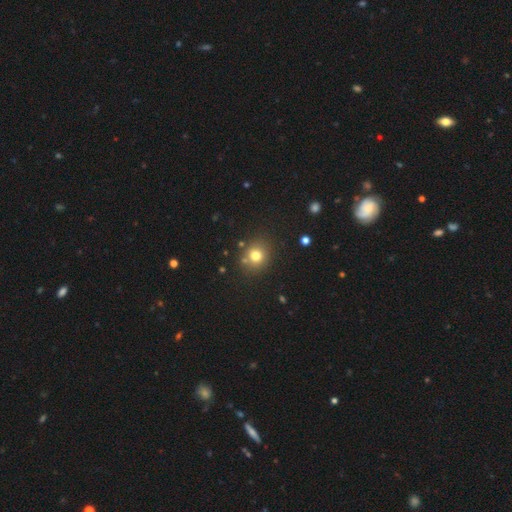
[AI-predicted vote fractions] This is likely a smooth galaxy (76%). How rounded: clearly round (82%). Merging: likely none (80%).